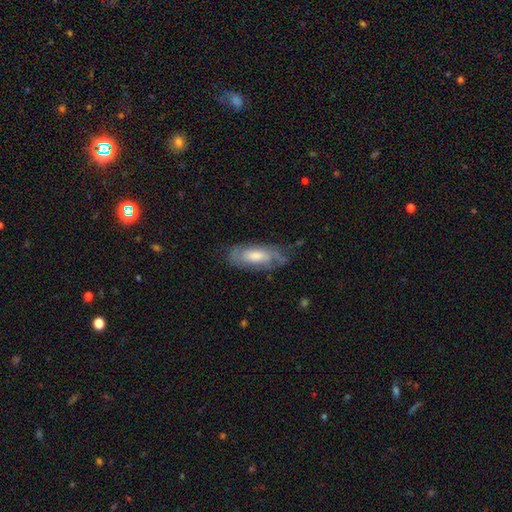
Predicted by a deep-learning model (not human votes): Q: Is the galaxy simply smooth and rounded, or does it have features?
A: featured or disk — 62%.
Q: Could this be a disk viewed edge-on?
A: no — 83%.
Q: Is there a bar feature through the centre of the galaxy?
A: no — 63%.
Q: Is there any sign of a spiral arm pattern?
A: yes — 83%.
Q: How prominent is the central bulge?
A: moderate — 51%.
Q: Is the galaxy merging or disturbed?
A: none — 65%.